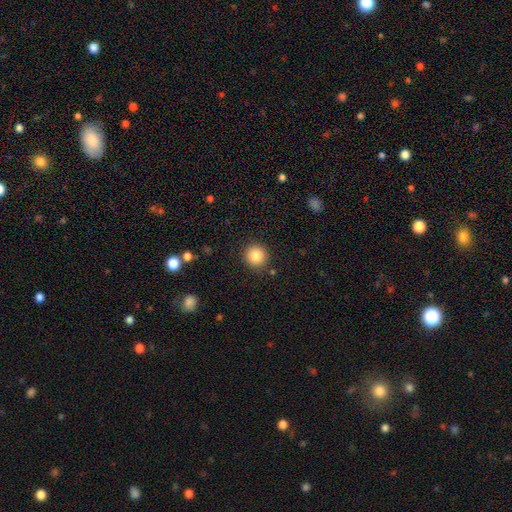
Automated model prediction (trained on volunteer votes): Smooth or featured? smooth (84%)
How rounded? round (94%)
Merging? none (90%)